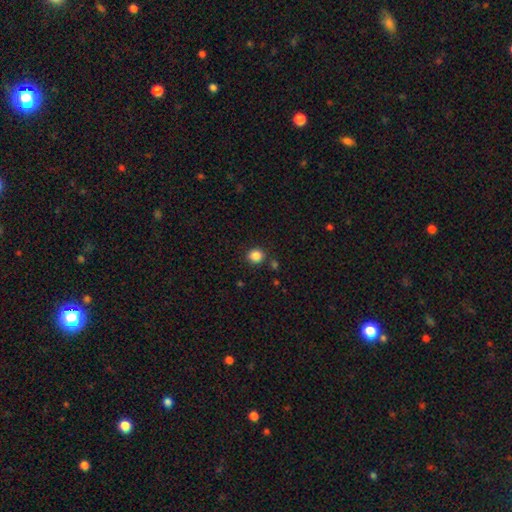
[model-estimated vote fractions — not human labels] smooth_or_featured: smooth (p=0.86) [alt: star or artifact p=0.11]
how_rounded: round (p=0.86) [alt: in between p=0.14]
merging: none (p=0.87) [alt: minor disturbance p=0.07]